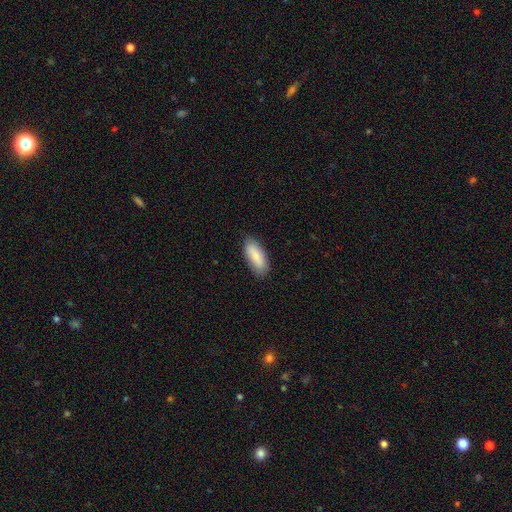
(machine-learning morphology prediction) smooth-or-featured: smooth: 82% | featured or disk: 13% | star or artifact: 6%
  how-rounded: in between: 79% | cigar-shaped: 19% | round: 2%
  merging: none: 85% | minor disturbance: 11% | major disturbance: 2% | merger: 1%